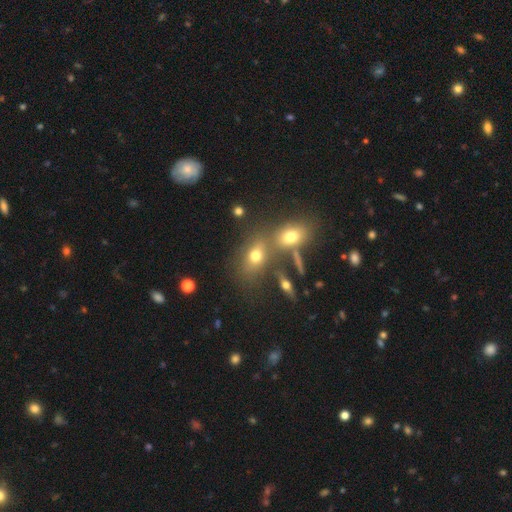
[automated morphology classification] A smooth galaxy with no disk features (67%) that is in between round and cigar-shaped (70%).

Vote fractions:
- Smooth or featured? smooth: 67% / featured or disk: 18% / star or artifact: 16%
- How rounded? in between: 70% / round: 26% / cigar-shaped: 3%
- Merging? none: 51% / merger: 30% / minor disturbance: 13% / major disturbance: 7%